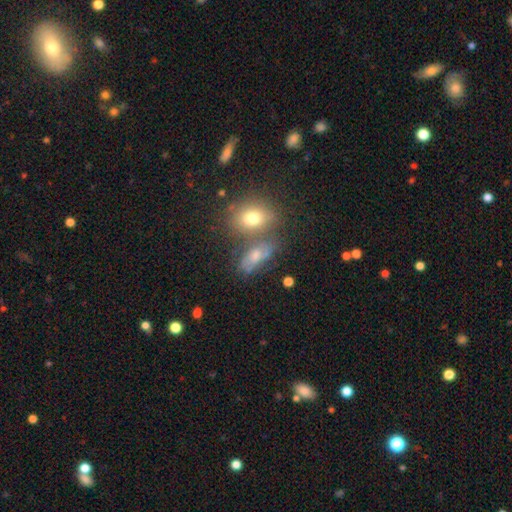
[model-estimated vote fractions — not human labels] A smooth galaxy with no disk features (54%) that is in between round and cigar-shaped (76%).

Vote fractions:
- Smooth or featured? smooth: 54% / featured or disk: 31% / star or artifact: 16%
- How rounded? in between: 76% / round: 17% / cigar-shaped: 7%
- Merging? none: 48% / merger: 25% / minor disturbance: 18% / major disturbance: 9%